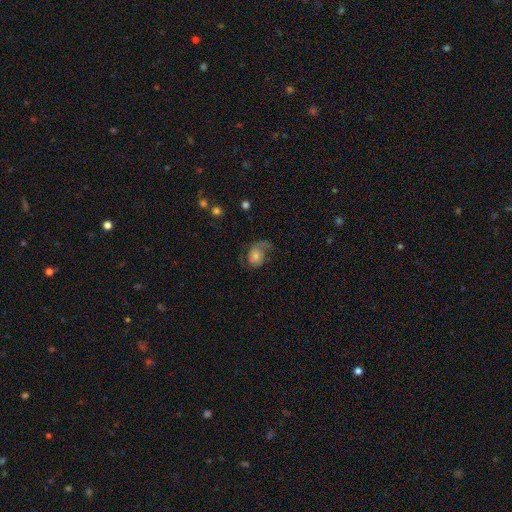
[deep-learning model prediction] Overall: featured or disk (60%; smooth 30%). Edge-on disk: no (97%). Bar: no (76%). Spiral arms: yes (86%). Bulge size: small (46%; moderate 43%). Merging: none (46%; major disturbance 30%).